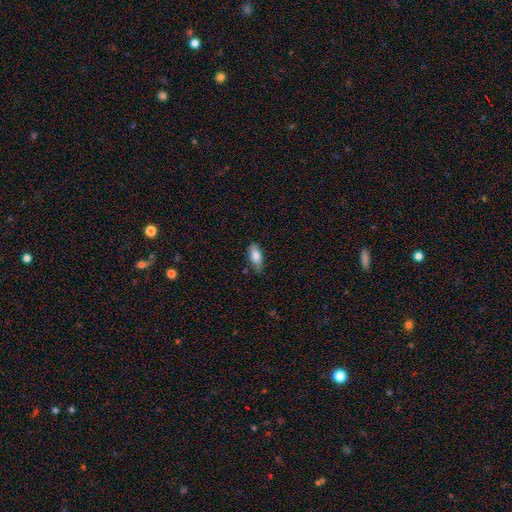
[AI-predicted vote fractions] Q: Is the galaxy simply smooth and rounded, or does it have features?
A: smooth — 81%.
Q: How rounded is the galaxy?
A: in between — 86%.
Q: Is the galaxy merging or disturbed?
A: none — 71%.